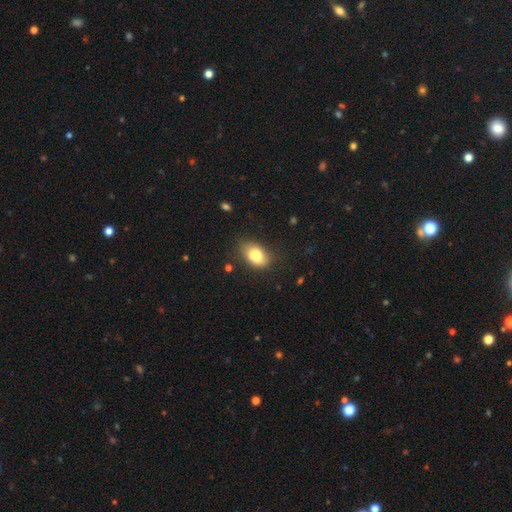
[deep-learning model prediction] smooth 81%, featured or disk 11%, star or artifact 8%. Down the decision tree: how rounded — in between (86%); merging — none (64%).